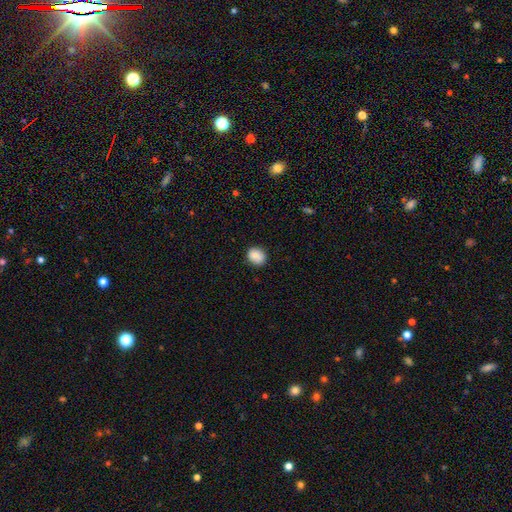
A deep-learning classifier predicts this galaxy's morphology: A smooth galaxy with no disk features (86%) that is round (63%). Merging: none (85%).